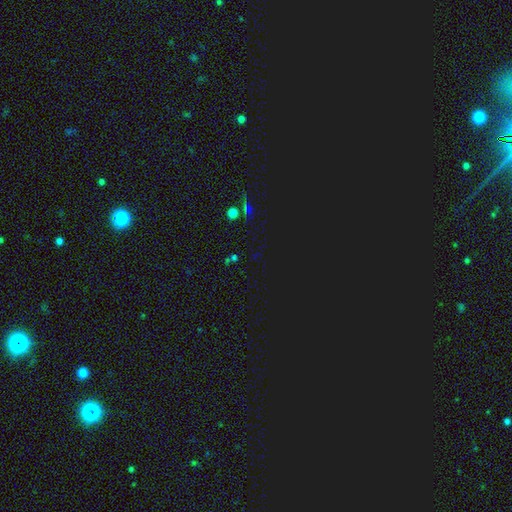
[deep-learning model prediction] This appears to be a star or artifact, not a galaxy (70%).